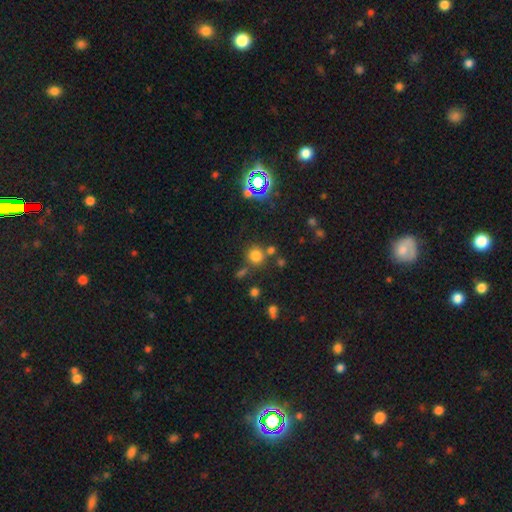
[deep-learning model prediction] Morphology: type=smooth (73%); roundness=round (90%); merging=none (74%).